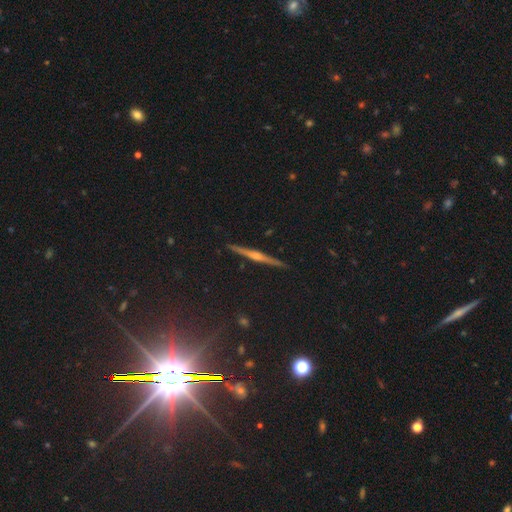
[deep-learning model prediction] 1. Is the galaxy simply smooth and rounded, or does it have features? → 76% featured or disk, 14% smooth, 10% star or artifact.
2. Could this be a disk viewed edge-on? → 98% yes, 2% no.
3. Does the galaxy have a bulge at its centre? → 80% rounded, 11% none, 9% boxy.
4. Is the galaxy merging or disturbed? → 92% none, 5% minor disturbance, 1% major disturbance, 1% merger.